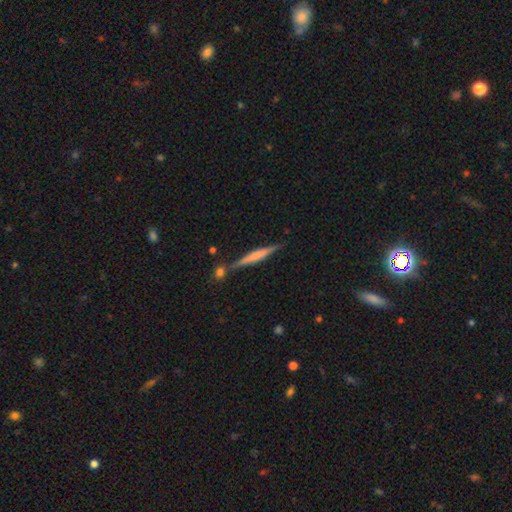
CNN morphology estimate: A featured or disk galaxy (55%) viewed edge-on (96%) with no central bulge (44%). Merging: none (78%).